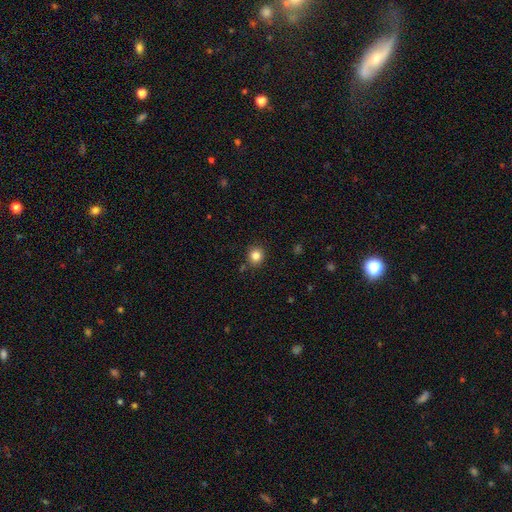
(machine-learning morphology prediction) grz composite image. It shows a smooth galaxy with no disk features (83%) that is round (86%). Merging: none (86%).